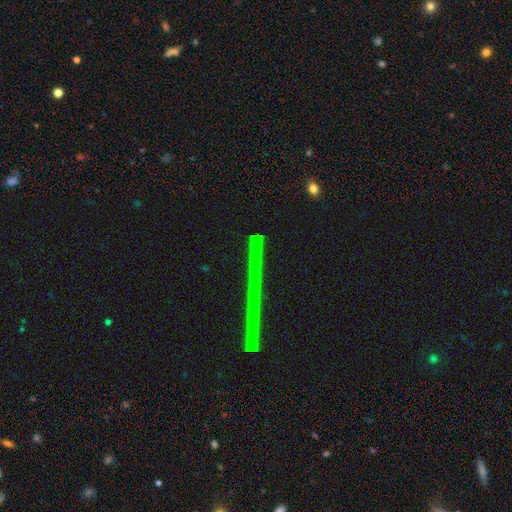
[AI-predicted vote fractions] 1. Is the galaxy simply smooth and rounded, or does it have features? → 71% star or artifact, 19% featured or disk, 11% smooth.